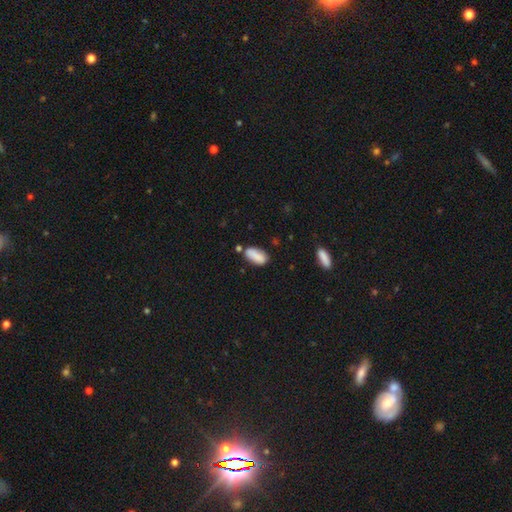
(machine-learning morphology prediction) Smooth or featured? Predicted: smooth (p=0.85). How rounded? Predicted: in between (p=0.87). Merging? Predicted: none (p=0.70).